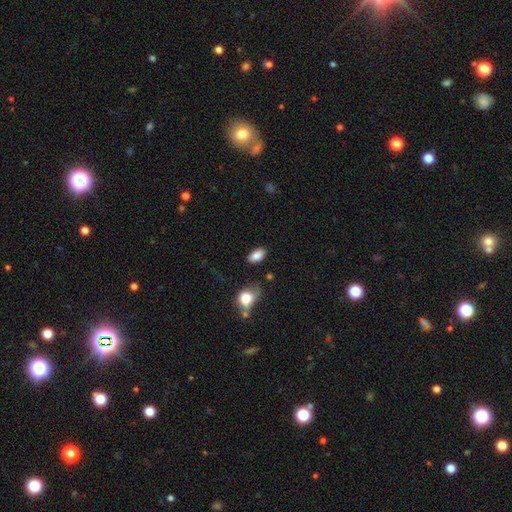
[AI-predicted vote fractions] Q: Smooth or featured?
A: smooth (86%); runner-up: star or artifact (8%)
Q: How rounded?
A: in between (91%); runner-up: round (7%)
Q: Merging?
A: none (79%); runner-up: minor disturbance (13%)